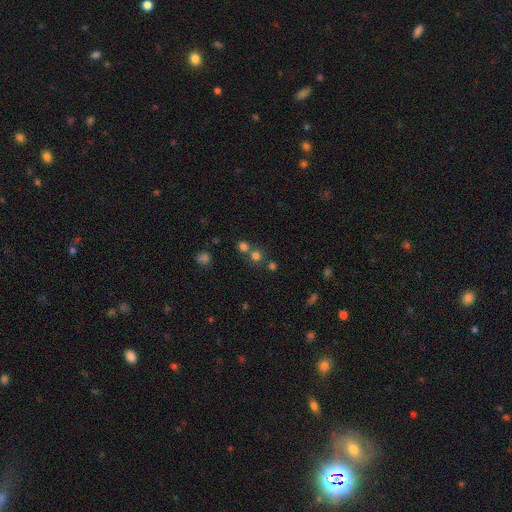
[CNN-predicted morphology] A smooth galaxy with no disk features (69%) that is round (90%). Merging: none (62%).